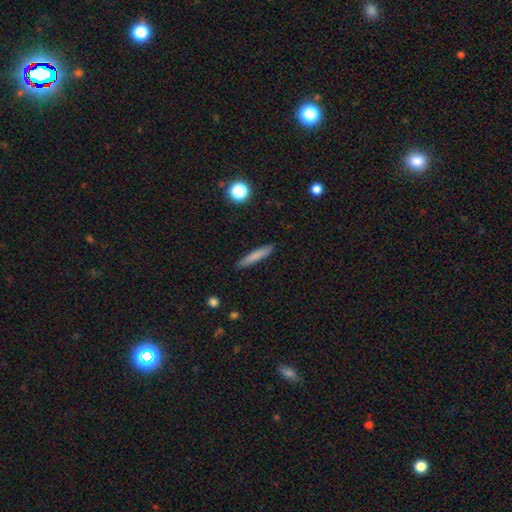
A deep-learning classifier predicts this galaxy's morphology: Smooth or featured?
  - smooth: 77% *
  - featured or disk: 16%
  - star or artifact: 8%
How rounded?
  - cigar-shaped: 91% *
  - in between: 7%
  - round: 2%
Merging?
  - none: 88% *
  - minor disturbance: 8%
  - major disturbance: 2%
  - merger: 1%